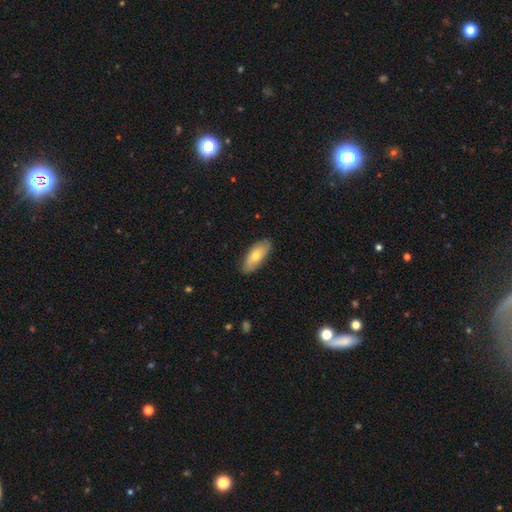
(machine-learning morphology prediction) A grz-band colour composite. It shows a smooth galaxy with no disk features (69%) that is in between round and cigar-shaped (78%). Merging: none (85%).